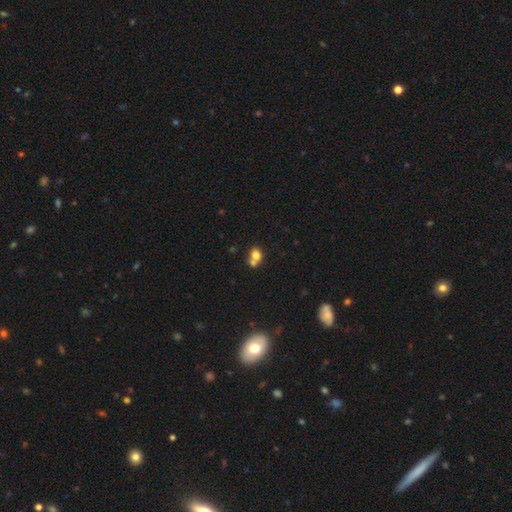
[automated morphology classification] smooth_or_featured: smooth (p=0.76) [alt: featured or disk p=0.13]
how_rounded: round (p=0.58) [alt: in between p=0.41]
merging: merger (p=0.50) [alt: none p=0.38]